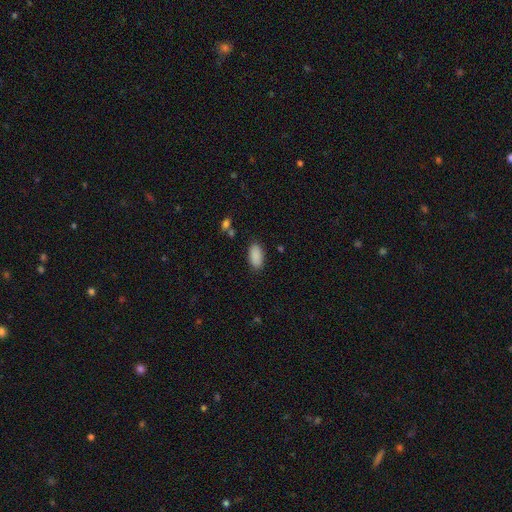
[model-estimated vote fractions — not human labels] A smooth galaxy with no disk features (90%) that is in between round and cigar-shaped (94%).

Vote fractions:
- Smooth or featured? smooth: 90% / star or artifact: 7% / featured or disk: 3%
- How rounded? in between: 94% / cigar-shaped: 4% / round: 3%
- Merging? none: 86% / minor disturbance: 9% / major disturbance: 3% / merger: 2%